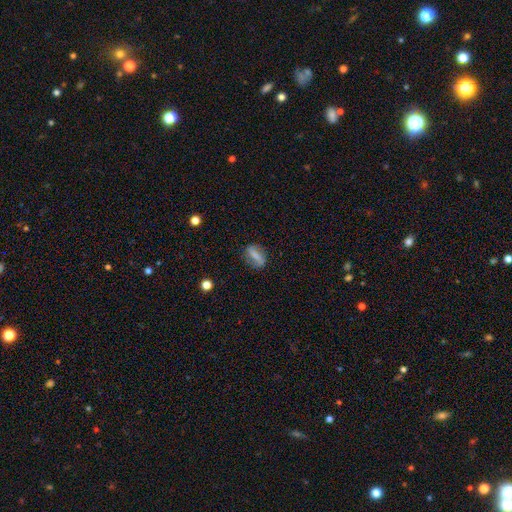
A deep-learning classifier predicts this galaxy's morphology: This is possibly a smooth galaxy (51%). How rounded: likely in between (66%). Merging: likely none (77%).